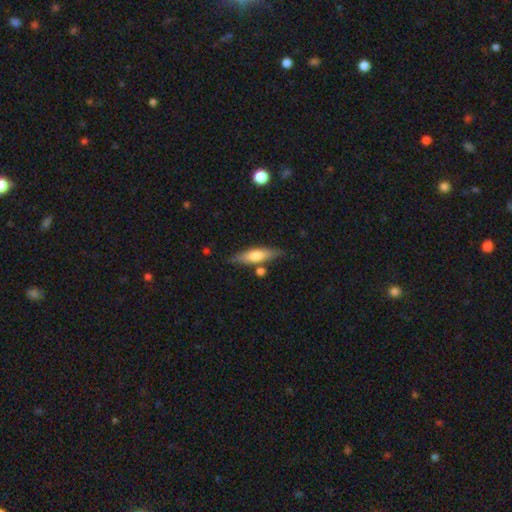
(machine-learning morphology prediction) A smooth galaxy with no disk features (58%) that is cigar-shaped (66%).

Vote fractions:
- Smooth or featured? smooth: 58% / featured or disk: 36% / star or artifact: 6%
- How rounded? cigar-shaped: 66% / in between: 32% / round: 2%
- Merging? none: 75% / minor disturbance: 14% / merger: 8% / major disturbance: 3%